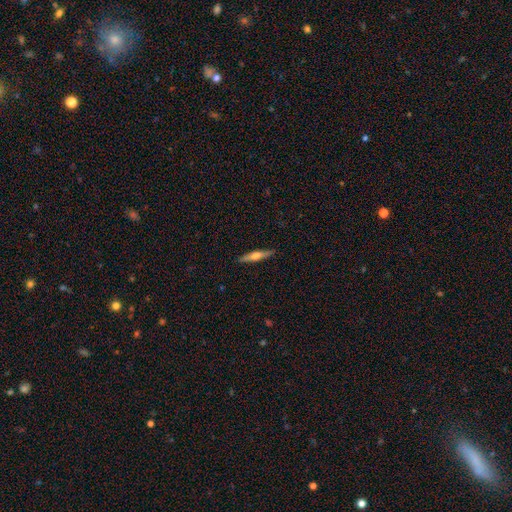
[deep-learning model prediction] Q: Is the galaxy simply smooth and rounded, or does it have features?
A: featured or disk — 55%.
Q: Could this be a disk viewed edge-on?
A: yes — 96%.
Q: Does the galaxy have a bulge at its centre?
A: rounded — 87%.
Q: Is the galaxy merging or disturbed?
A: none — 91%.